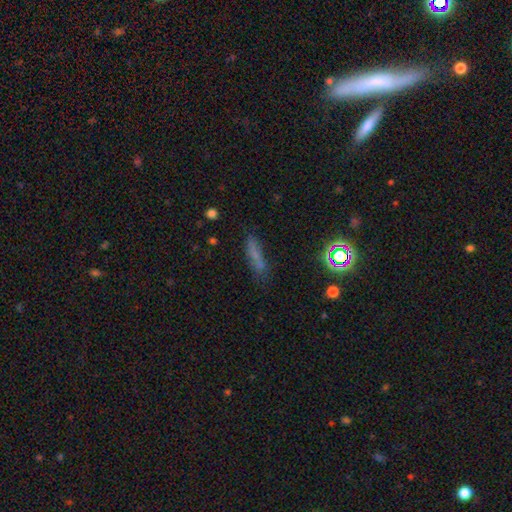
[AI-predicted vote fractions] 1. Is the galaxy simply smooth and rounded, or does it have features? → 57% smooth, 24% star or artifact, 19% featured or disk.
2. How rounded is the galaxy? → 73% cigar-shaped, 22% in between, 6% round.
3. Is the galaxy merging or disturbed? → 62% none, 22% minor disturbance, 10% major disturbance, 6% merger.